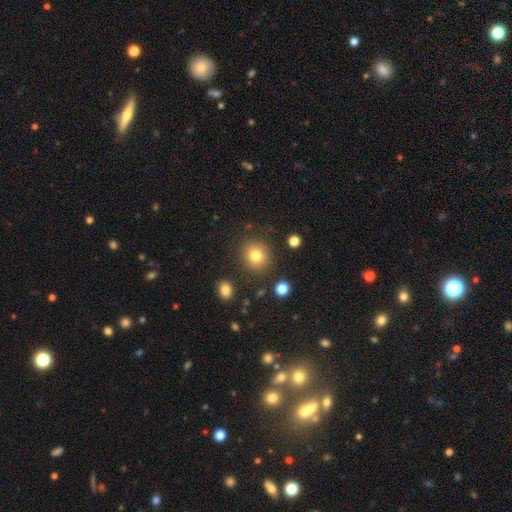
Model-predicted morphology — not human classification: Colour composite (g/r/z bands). It shows a smooth galaxy with no disk features (80%) that is round (84%). Merging: none (87%).